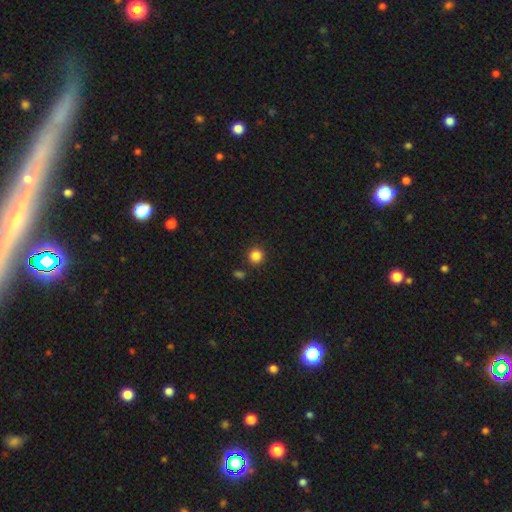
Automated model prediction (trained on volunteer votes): Smooth or featured?
  - smooth: 85% *
  - star or artifact: 11%
  - featured or disk: 4%
How rounded?
  - round: 93% *
  - in between: 6%
  - cigar-shaped: 1%
Merging?
  - none: 88% *
  - minor disturbance: 6%
  - merger: 4%
  - major disturbance: 2%